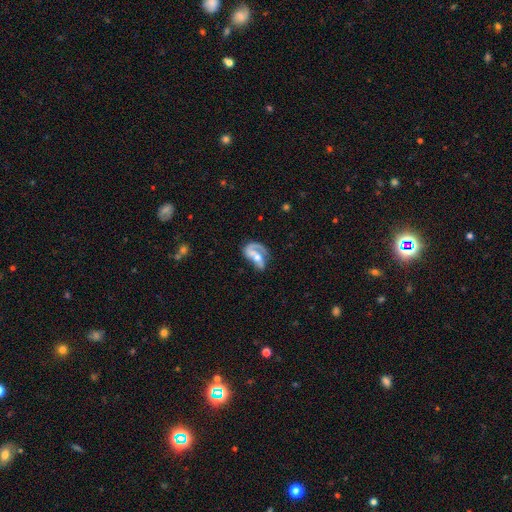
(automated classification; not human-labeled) smooth_or_featured: featured or disk (p=0.71) [alt: smooth p=0.22]
disk_edge_on: no (p=0.95) [alt: yes p=0.05]
bar: no (p=0.46) [alt: weak p=0.31]
has_spiral_arms: yes (p=0.80) [alt: no p=0.20]
spiral_winding: loose (p=0.40) [alt: medium p=0.37]
spiral_arm_count: 1 (p=0.53) [alt: 2 p=0.36]
bulge_size: moderate (p=0.55) [alt: small p=0.31]
merging: major disturbance (p=0.34) [alt: none p=0.31]